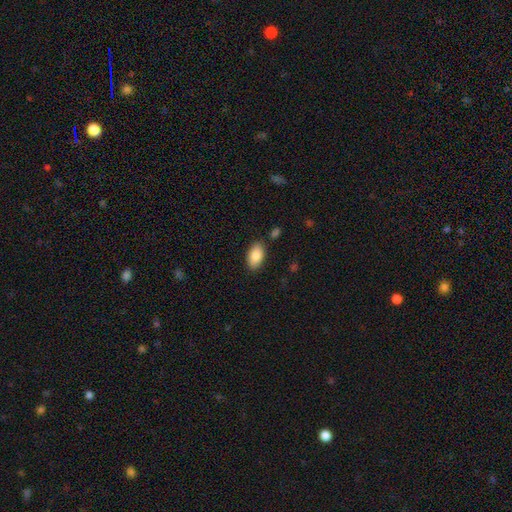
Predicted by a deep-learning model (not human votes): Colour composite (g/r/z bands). It shows a smooth galaxy with no disk features (87%) that is in between round and cigar-shaped (94%). Merging: none (85%).